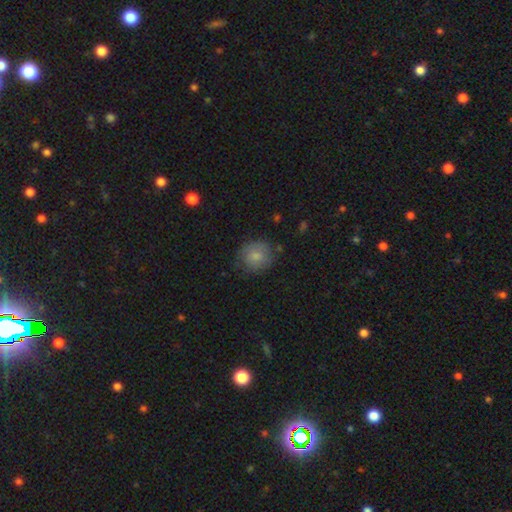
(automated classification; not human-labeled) smooth_or_featured: smooth (p=0.79) [alt: featured or disk p=0.14]
how_rounded: round (p=0.85) [alt: in between p=0.14]
merging: none (p=0.74) [alt: minor disturbance p=0.18]